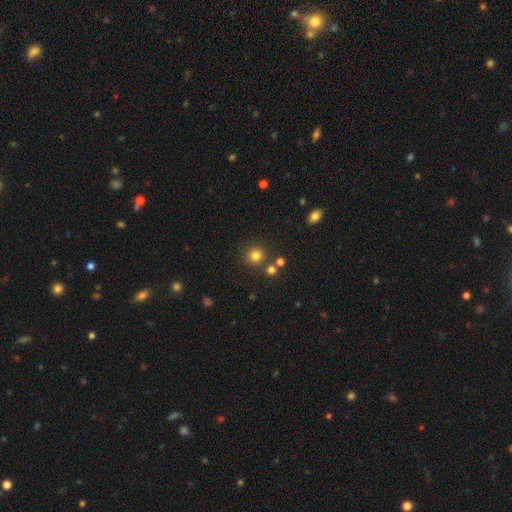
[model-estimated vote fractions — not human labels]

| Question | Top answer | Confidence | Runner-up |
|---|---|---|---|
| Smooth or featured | smooth | 79% | star or artifact (15%) |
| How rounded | round | 92% | in between (7%) |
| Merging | none | 80% | merger (9%) |